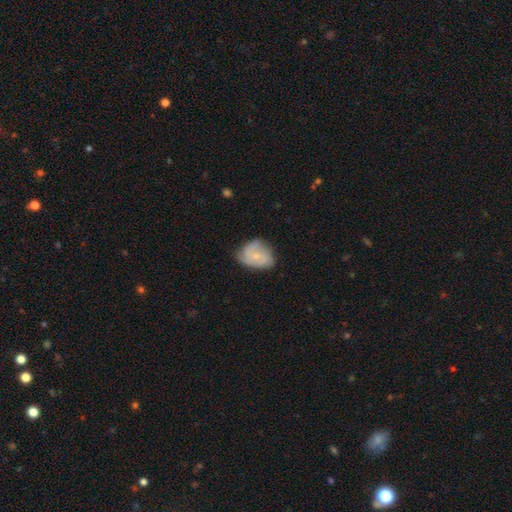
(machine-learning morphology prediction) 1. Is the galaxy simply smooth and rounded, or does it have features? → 59% featured or disk, 35% smooth, 6% star or artifact.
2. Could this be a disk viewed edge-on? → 97% no, 3% yes.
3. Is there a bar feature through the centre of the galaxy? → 63% no, 32% weak, 5% strong.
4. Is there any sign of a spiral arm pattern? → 87% yes, 13% no.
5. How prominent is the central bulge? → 63% small, 28% moderate, 7% none, 1% large, 1% dominant.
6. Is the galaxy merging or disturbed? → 59% none, 31% minor disturbance, 8% major disturbance, 1% merger.